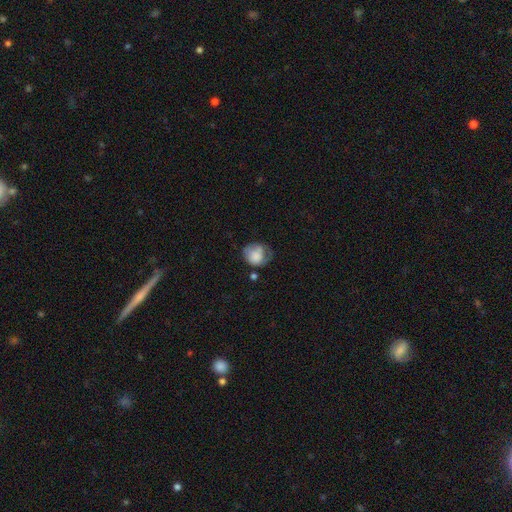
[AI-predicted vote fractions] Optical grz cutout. It shows a smooth galaxy with no disk features (71%) that is round (68%). Merging: none (36%).